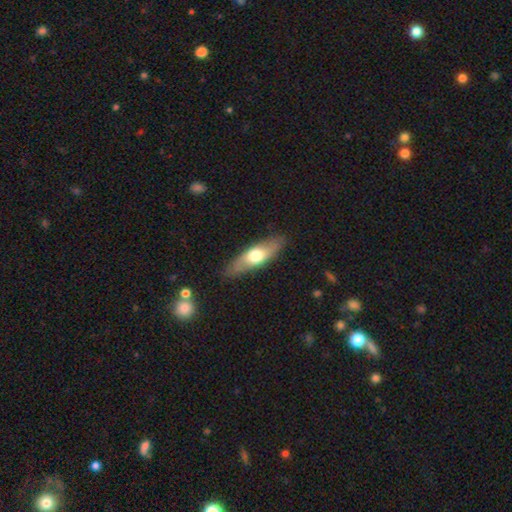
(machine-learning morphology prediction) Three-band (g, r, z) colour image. It shows a smooth galaxy with no disk features (54%) that is in between round and cigar-shaped (49%). Merging: none (85%).